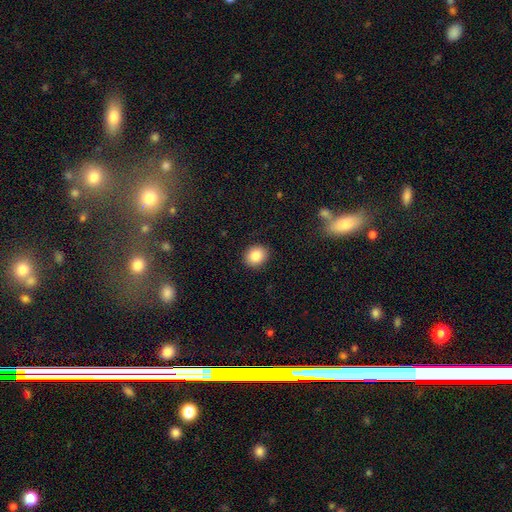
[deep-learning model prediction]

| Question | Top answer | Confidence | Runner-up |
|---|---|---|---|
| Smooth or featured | smooth | 86% | star or artifact (9%) |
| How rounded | round | 64% | in between (35%) |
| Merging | none | 90% | minor disturbance (7%) |